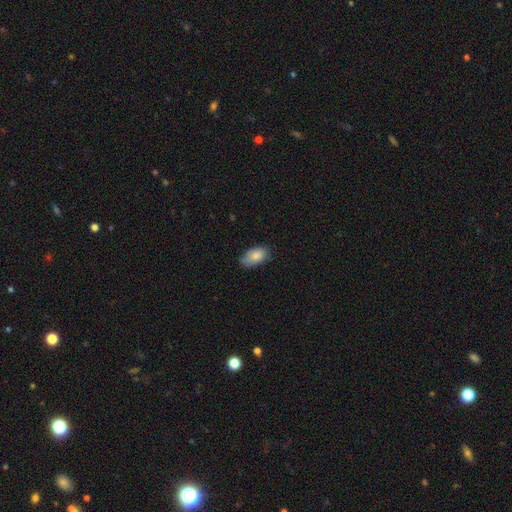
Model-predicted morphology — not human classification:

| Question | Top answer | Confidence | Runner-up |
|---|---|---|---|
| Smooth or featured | smooth | 83% | featured or disk (11%) |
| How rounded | in between | 93% | round (4%) |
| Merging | none | 70% | minor disturbance (25%) |